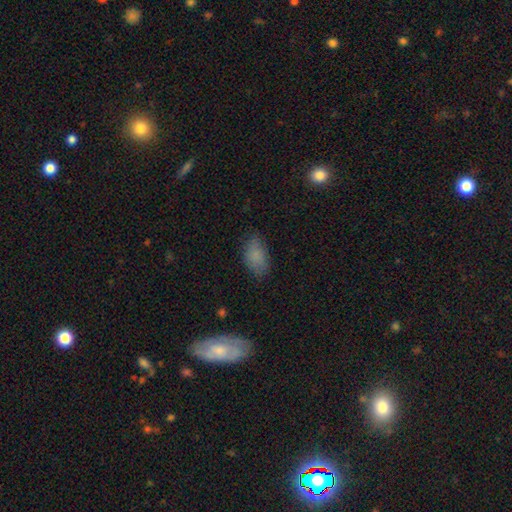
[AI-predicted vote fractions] Smooth or featured?
  - smooth: 82% *
  - star or artifact: 9%
  - featured or disk: 9%
How rounded?
  - in between: 92% *
  - round: 5%
  - cigar-shaped: 3%
Merging?
  - none: 75% *
  - minor disturbance: 18%
  - major disturbance: 5%
  - merger: 2%